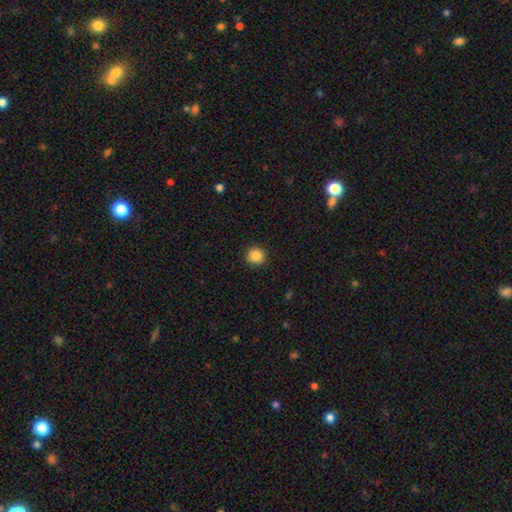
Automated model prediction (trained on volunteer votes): A smooth galaxy with no disk features (87%) that is round (94%).

Vote fractions:
- Smooth or featured? smooth: 87% / star or artifact: 10% / featured or disk: 4%
- How rounded? round: 94% / in between: 5% / cigar-shaped: 1%
- Merging? none: 92% / minor disturbance: 5% / major disturbance: 2% / merger: 1%